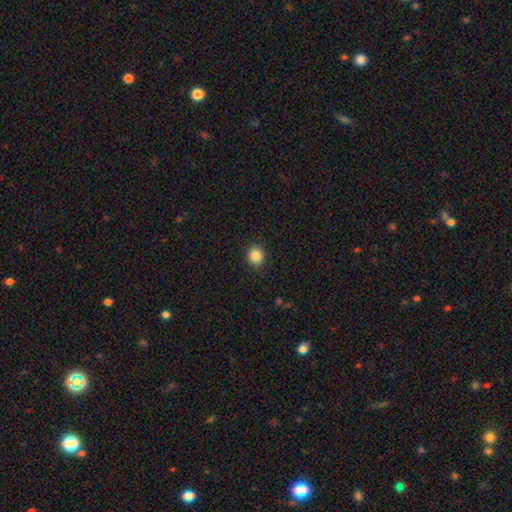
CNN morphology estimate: Smooth or featured? smooth (86%)
How rounded? round (82%)
Merging? none (90%)